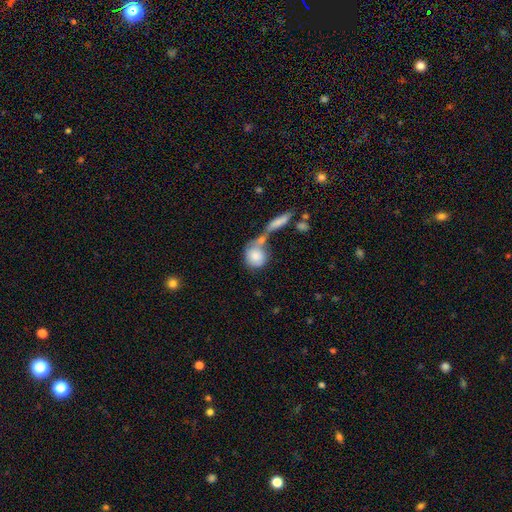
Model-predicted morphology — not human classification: Smooth or featured? Predicted: smooth (p=0.80). How rounded? Predicted: round (p=0.75). Merging? Predicted: merger (p=0.50).